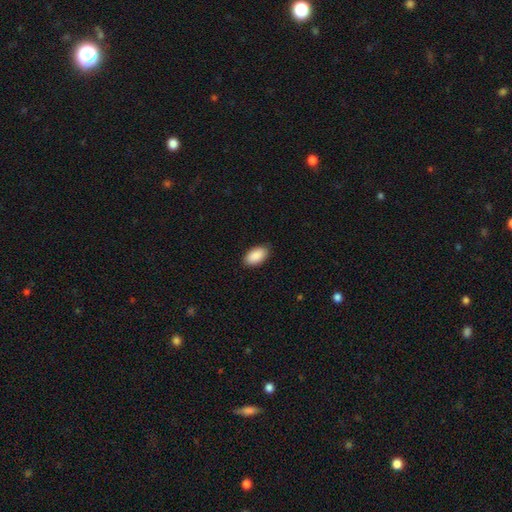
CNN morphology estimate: smooth_or_featured: smooth (p=0.90) [alt: star or artifact p=0.06]
how_rounded: in between (p=0.95) [alt: round p=0.03]
merging: none (p=0.87) [alt: minor disturbance p=0.10]